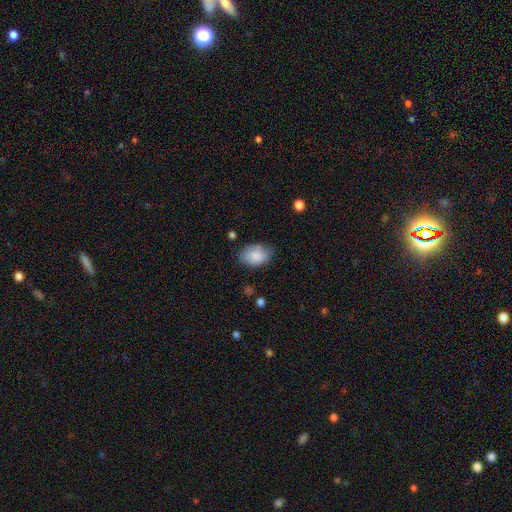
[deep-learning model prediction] The model was most divided on "merging": none: 69%, minor disturbance: 24%, major disturbance: 5%, merger: 2%. More confident: how rounded — in between (87%); smooth or featured — smooth (84%).